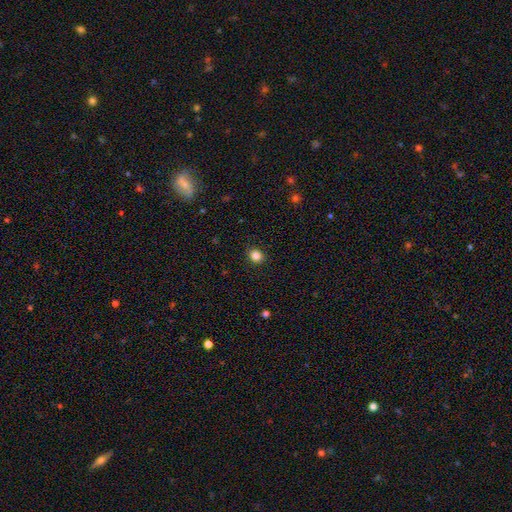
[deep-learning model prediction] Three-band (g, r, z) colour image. It shows a smooth galaxy with no disk features (85%) that is round (76%). Merging: none (91%).